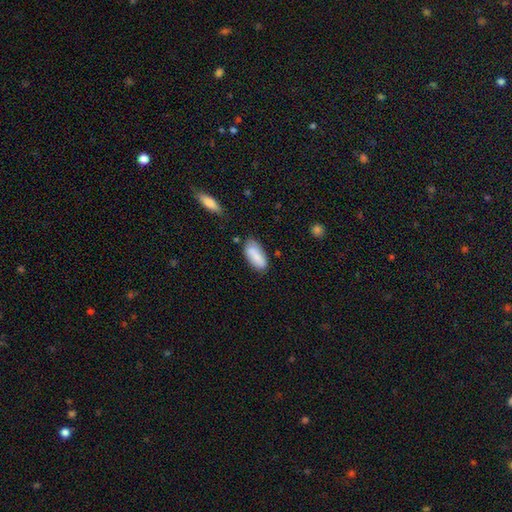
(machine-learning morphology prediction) Smooth or featured? Predicted: smooth (p=0.81). How rounded? Predicted: in between (p=0.85). Merging? Predicted: none (p=0.72).